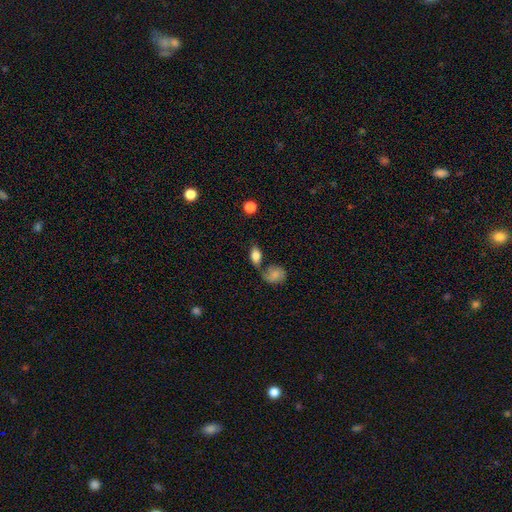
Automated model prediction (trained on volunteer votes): A smooth galaxy with no disk features (80%) that is in between round and cigar-shaped (86%). Merging: none (51%).